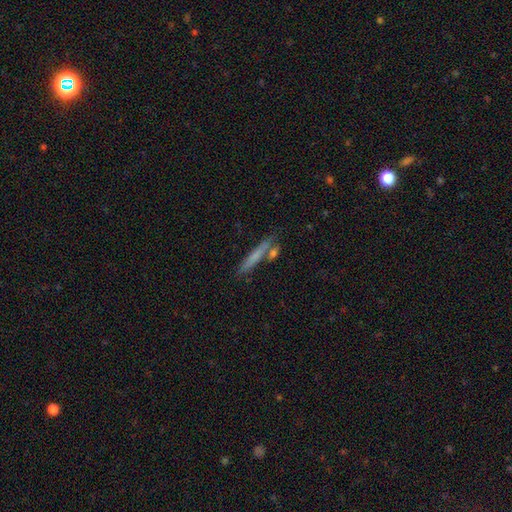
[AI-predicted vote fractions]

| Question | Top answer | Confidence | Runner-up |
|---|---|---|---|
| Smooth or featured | smooth | 61% | featured or disk (31%) |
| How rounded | cigar-shaped | 92% | in between (6%) |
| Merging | none | 73% | merger (13%) |